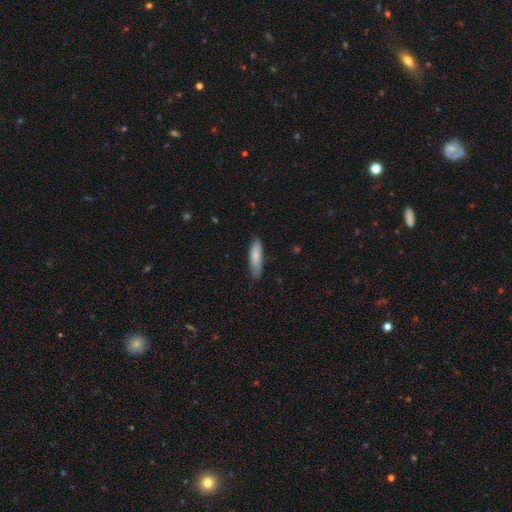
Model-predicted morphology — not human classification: Smooth or featured? Predicted: smooth (p=0.82). How rounded? Predicted: cigar-shaped (p=0.63). Merging? Predicted: none (p=0.76).